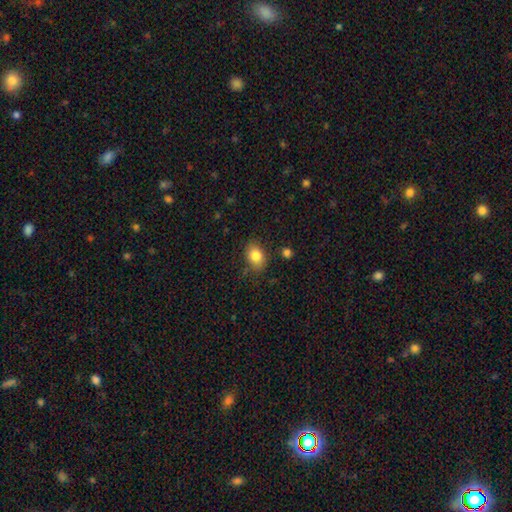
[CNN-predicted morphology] A smooth galaxy with no disk features (83%) that is in between round and cigar-shaped (71%). Merging: none (79%).